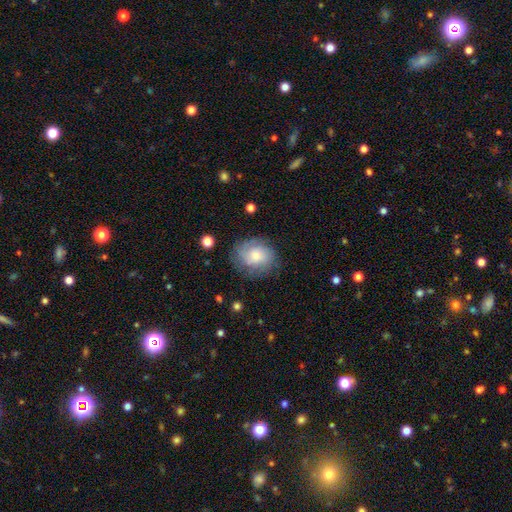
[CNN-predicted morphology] Smooth or featured?
  - smooth: 51% *
  - featured or disk: 40%
  - star or artifact: 9%
How rounded?
  - round: 62% *
  - in between: 37%
  - cigar-shaped: 1%
Merging?
  - none: 71% *
  - minor disturbance: 19%
  - major disturbance: 8%
  - merger: 1%